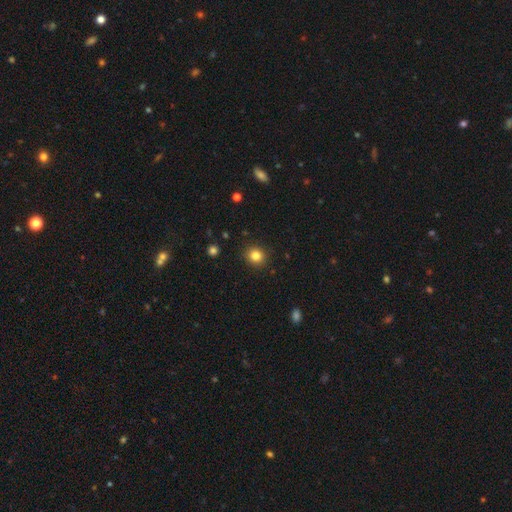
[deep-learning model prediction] The model was most divided on "smooth or featured": smooth: 83%, star or artifact: 12%, featured or disk: 5%. More confident: merging — none (91%); how rounded — round (88%).